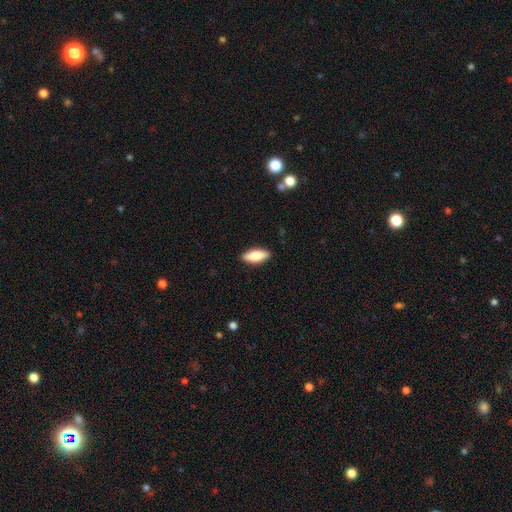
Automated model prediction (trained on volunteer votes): A smooth galaxy with no disk features (77%) that is in between round and cigar-shaped (73%). Merging: none (89%).